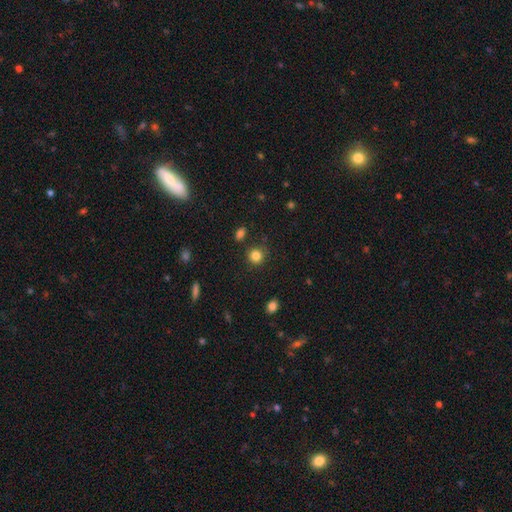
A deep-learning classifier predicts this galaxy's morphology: smooth-or-featured: smooth: 84% | star or artifact: 12% | featured or disk: 5%
  how-rounded: round: 89% | in between: 10% | cigar-shaped: 1%
  merging: none: 87% | minor disturbance: 8% | merger: 3% | major disturbance: 3%